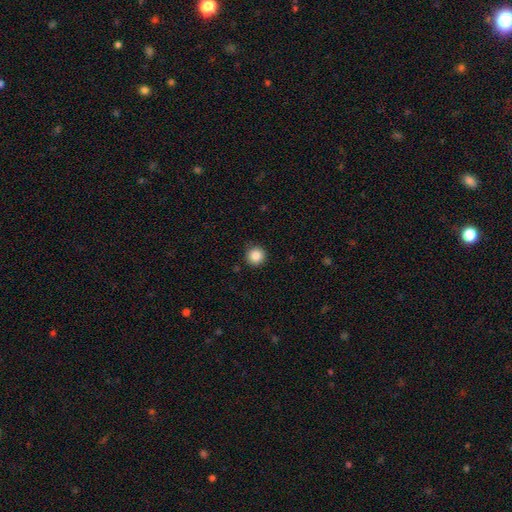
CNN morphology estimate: A smooth galaxy with no disk features (87%) that is round (95%).

Vote fractions:
- Smooth or featured? smooth: 87% / star or artifact: 10% / featured or disk: 4%
- How rounded? round: 95% / in between: 4% / cigar-shaped: 1%
- Merging? none: 90% / minor disturbance: 7% / major disturbance: 2% / merger: 1%